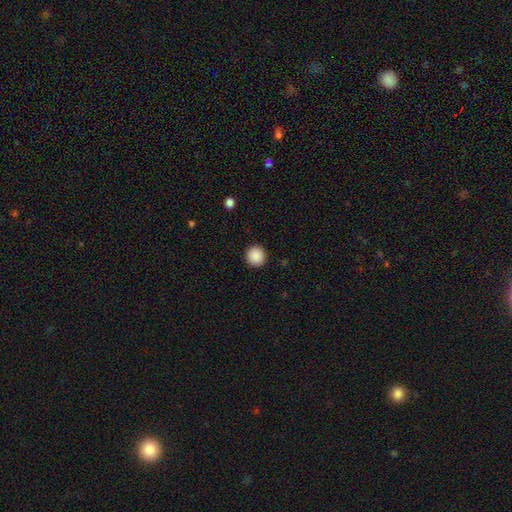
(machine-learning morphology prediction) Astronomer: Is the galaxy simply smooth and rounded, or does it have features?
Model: smooth — 89%.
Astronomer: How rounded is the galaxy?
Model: round — 93%.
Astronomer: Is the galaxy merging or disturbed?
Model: none — 92%.